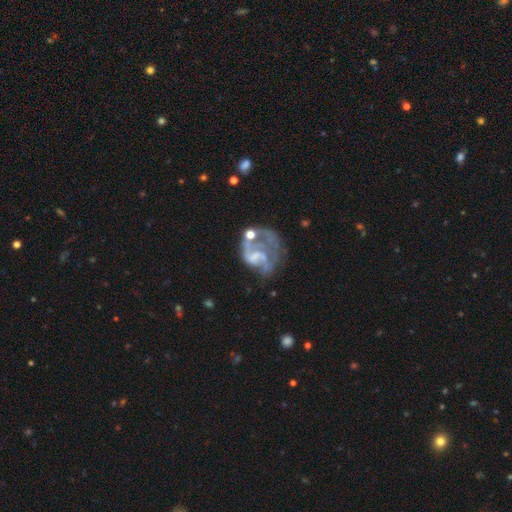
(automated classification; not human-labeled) Q: Smooth or featured?
A: featured or disk (73%); runner-up: smooth (17%)
Q: Edge-on disk?
A: no (98%); runner-up: yes (2%)
Q: Bar?
A: no (62%); runner-up: weak (30%)
Q: Spiral arms?
A: yes (61%); runner-up: no (39%)
Q: Bulge size?
A: none (58%); runner-up: small (20%)
Q: Merging?
A: major disturbance (44%); runner-up: none (27%)